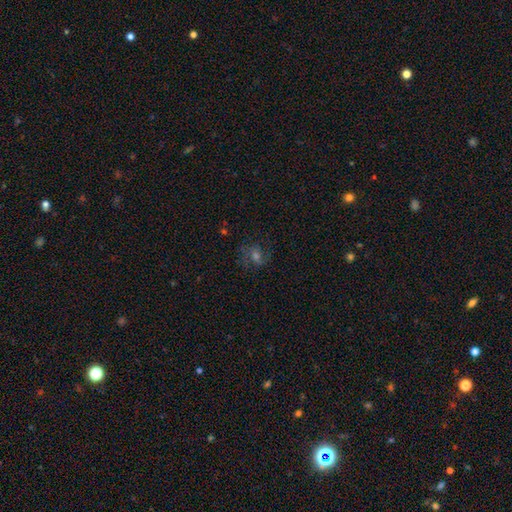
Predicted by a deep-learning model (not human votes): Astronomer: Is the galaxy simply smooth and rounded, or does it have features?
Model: featured or disk — 50% (runner-up: smooth, 26%).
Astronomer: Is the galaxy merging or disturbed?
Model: none — 73%.